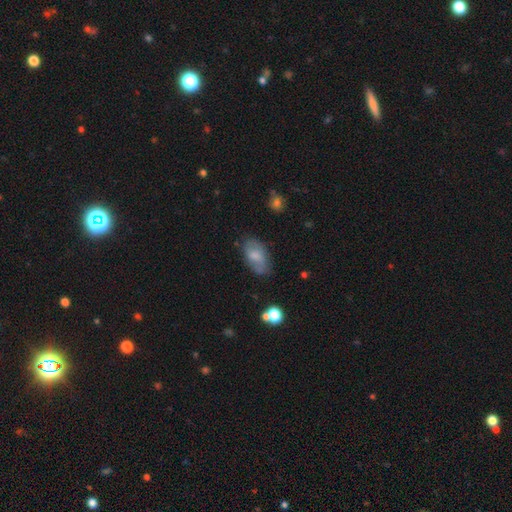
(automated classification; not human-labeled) Q: Smooth or featured?
A: smooth (63%); runner-up: featured or disk (29%)
Q: How rounded?
A: in between (92%); runner-up: round (5%)
Q: Merging?
A: none (67%); runner-up: minor disturbance (23%)